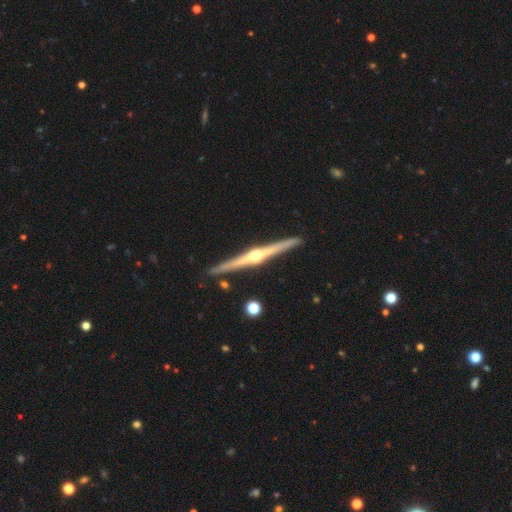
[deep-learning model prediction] smooth_or_featured: featured or disk (p=0.86) [alt: smooth p=0.10]
disk_edge_on: yes (p=0.99) [alt: no p=0.01]
edge_on_bulge: rounded (p=0.95) [alt: none p=0.02]
merging: none (p=0.91) [alt: minor disturbance p=0.06]